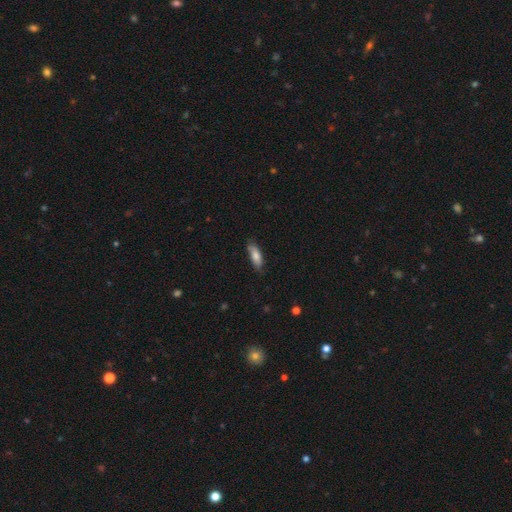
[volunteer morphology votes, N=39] A smooth galaxy with no disk features (74%) that is cigar-shaped (59%).

Vote fractions:
- Smooth or featured? smooth: 74% / featured or disk: 21% / star or artifact: 5%
- How rounded? cigar-shaped: 59% / in between: 41% / round: 0%
- Merging? none: 73% / minor disturbance: 22% / major disturbance: 3% / merger: 3%